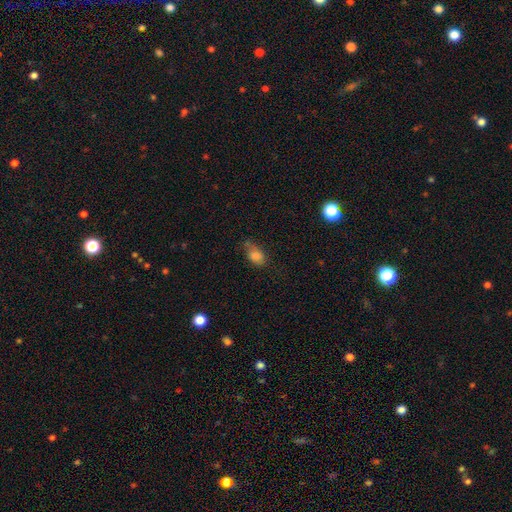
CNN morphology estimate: Smooth or featured? Predicted: smooth (p=0.79). How rounded? Predicted: in between (p=0.84). Merging? Predicted: none (p=0.51).